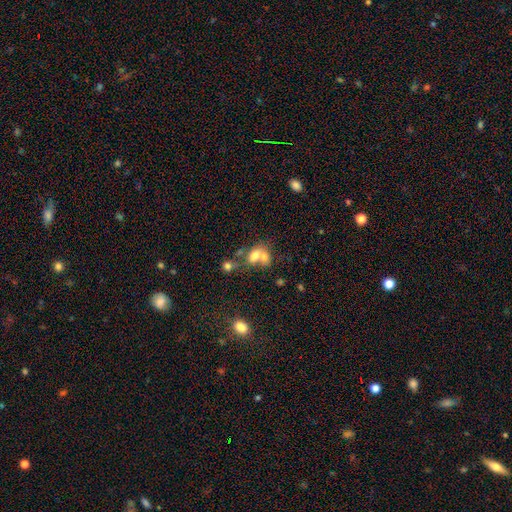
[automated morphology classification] Smooth or featured? smooth (69%)
How rounded? in between (69%)
Merging? merger (64%)